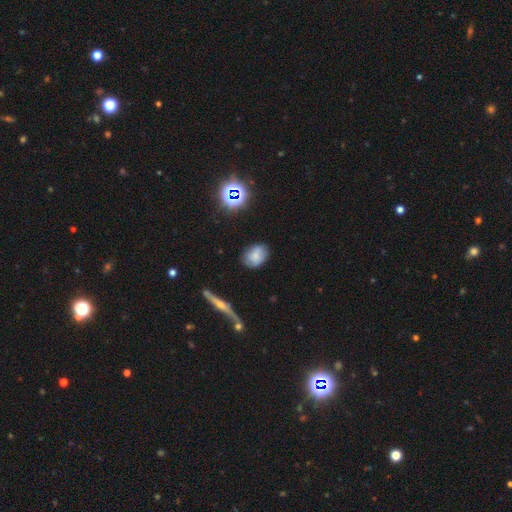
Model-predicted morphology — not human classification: Smooth or featured: smooth — 74% (featured or disk — 15%)
How rounded: in between — 73% (round — 26%)
Merging: none — 79% (minor disturbance — 16%)